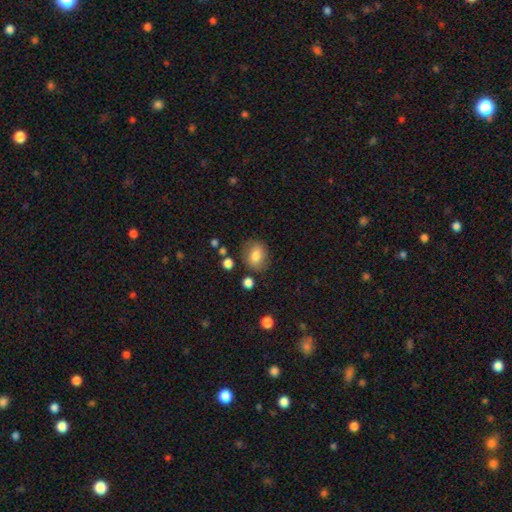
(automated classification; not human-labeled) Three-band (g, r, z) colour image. It shows a smooth galaxy with no disk features (78%) that is round (52%). Merging: none (78%).